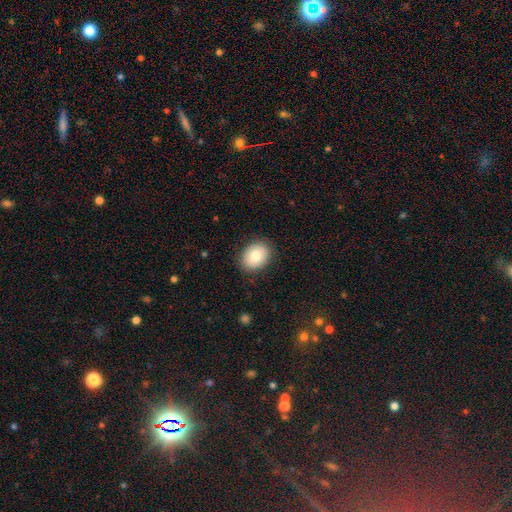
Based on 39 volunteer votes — Smooth or featured? smooth (92%)
How rounded? round (58%)
Merging? none (90%)